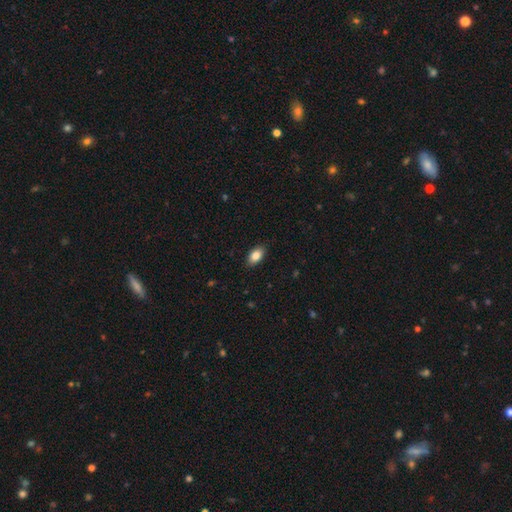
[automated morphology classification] smooth_or_featured: smooth (p=0.85) [alt: star or artifact p=0.08]
how_rounded: in between (p=0.92) [alt: round p=0.06]
merging: none (p=0.88) [alt: minor disturbance p=0.09]